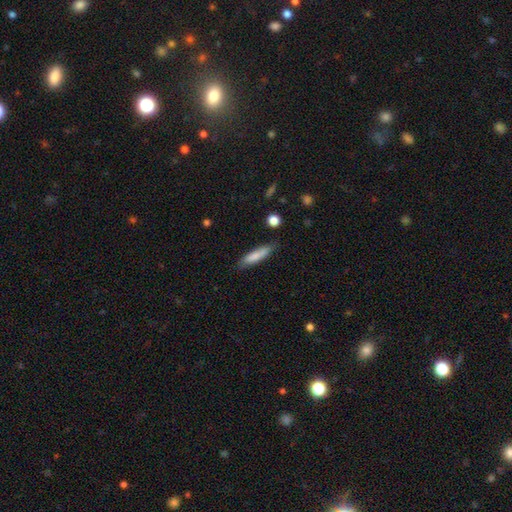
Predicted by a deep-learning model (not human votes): Smooth or featured? smooth (79%)
How rounded? cigar-shaped (80%)
Merging? none (76%)